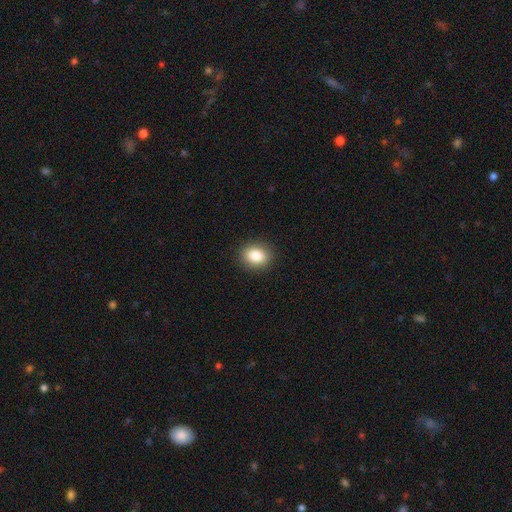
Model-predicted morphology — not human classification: smooth-or-featured: smooth: 85% | star or artifact: 9% | featured or disk: 6%
  how-rounded: in between: 50% | round: 49% | cigar-shaped: 1%
  merging: none: 89% | minor disturbance: 7% | major disturbance: 2% | merger: 1%